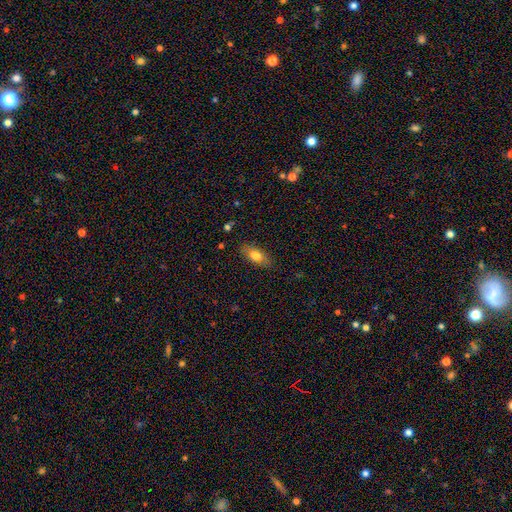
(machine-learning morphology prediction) smooth 77%, featured or disk 15%, star or artifact 8%. Down the decision tree: how rounded — in between (81%); merging — none (84%).